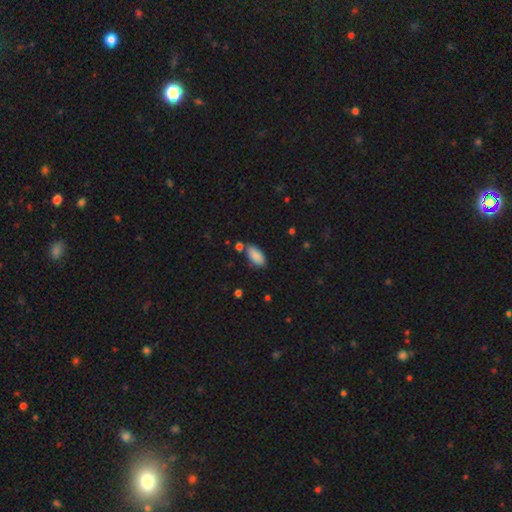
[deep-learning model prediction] A smooth galaxy with no disk features (89%) that is in between round and cigar-shaped (90%).

Vote fractions:
- Smooth or featured? smooth: 89% / star or artifact: 7% / featured or disk: 4%
- How rounded? in between: 90% / cigar-shaped: 8% / round: 2%
- Merging? none: 74% / minor disturbance: 15% / merger: 7% / major disturbance: 3%